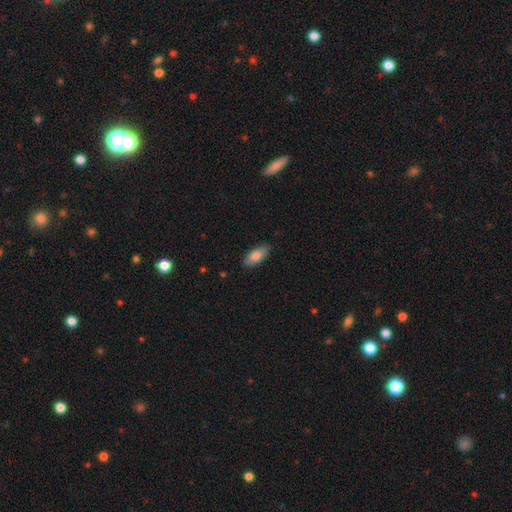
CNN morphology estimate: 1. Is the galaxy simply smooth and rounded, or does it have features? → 80% smooth, 14% featured or disk, 6% star or artifact.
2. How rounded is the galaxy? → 84% in between, 14% cigar-shaped, 2% round.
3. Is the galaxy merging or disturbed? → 85% none, 12% minor disturbance, 2% major disturbance, 1% merger.